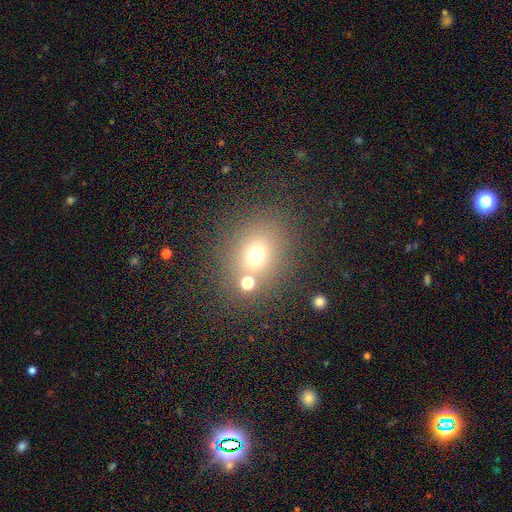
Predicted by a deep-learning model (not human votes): Smooth or featured?
  - smooth: 68% *
  - star or artifact: 19%
  - featured or disk: 13%
How rounded?
  - round: 64% *
  - in between: 35%
  - cigar-shaped: 1%
Merging?
  - none: 68% *
  - merger: 16%
  - minor disturbance: 11%
  - major disturbance: 5%